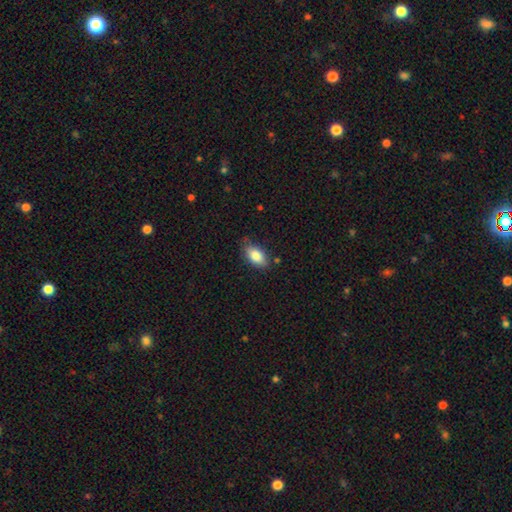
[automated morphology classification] Smooth or featured: smooth — 84% (featured or disk — 9%)
How rounded: in between — 91% (round — 6%)
Merging: none — 76% (minor disturbance — 18%)